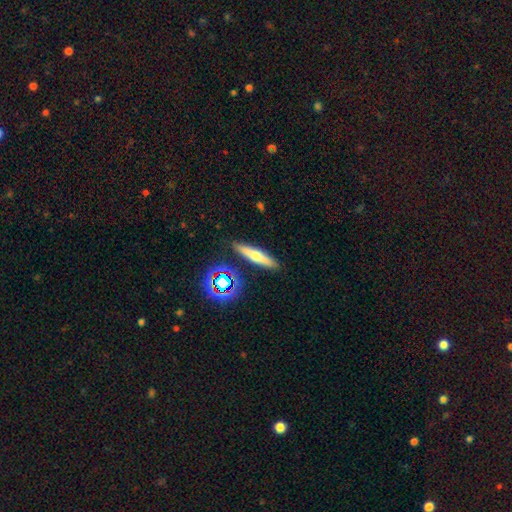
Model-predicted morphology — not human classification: Q: Smooth or featured?
A: smooth (47%); runner-up: featured or disk (42%)
Q: Merging?
A: none (89%); runner-up: minor disturbance (7%)